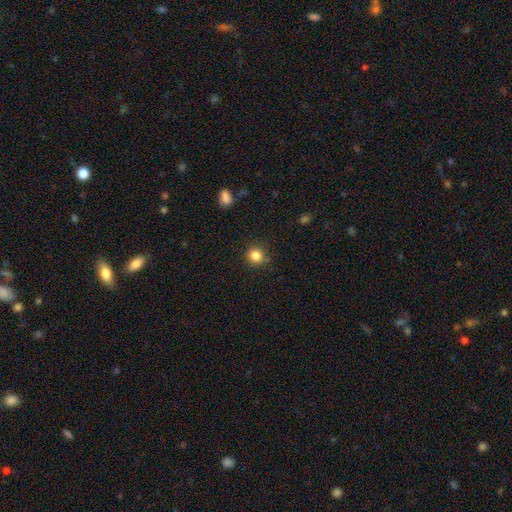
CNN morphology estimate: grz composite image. It shows a smooth galaxy with no disk features (84%) that is round (91%). Merging: none (87%).